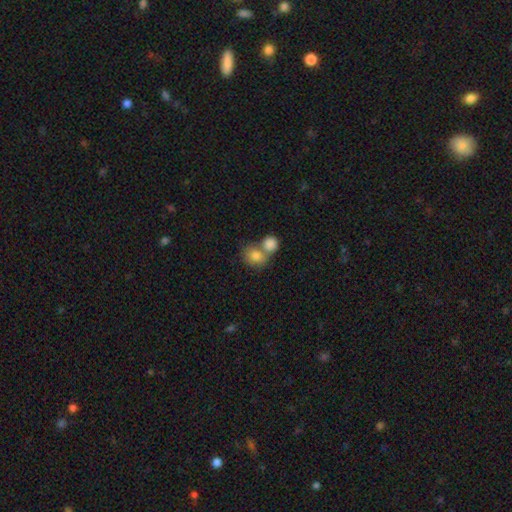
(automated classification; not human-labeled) Overall: smooth (81%). How rounded: round (67%; in between 32%). Merging: merger (56%; none 34%).